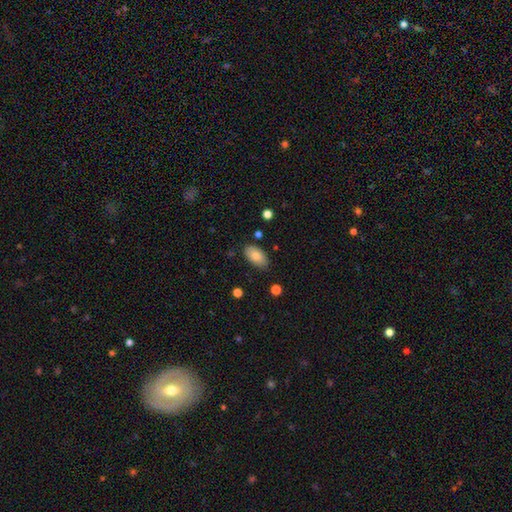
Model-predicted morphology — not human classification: The model was most divided on "merging": none: 81%, minor disturbance: 14%, major disturbance: 3%, merger: 2%. More confident: how rounded — in between (94%); smooth or featured — smooth (82%).